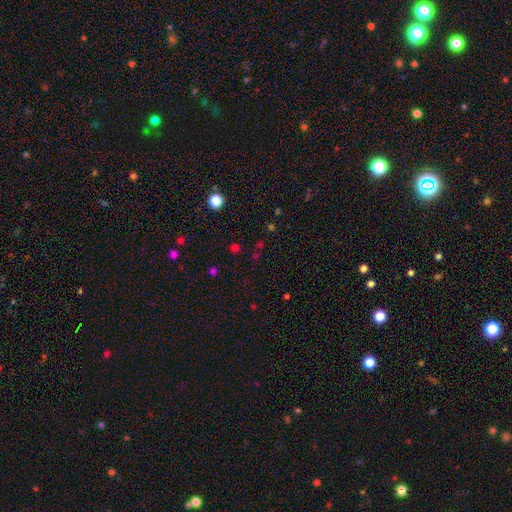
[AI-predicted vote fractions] A star or artifact, not a galaxy (52%).